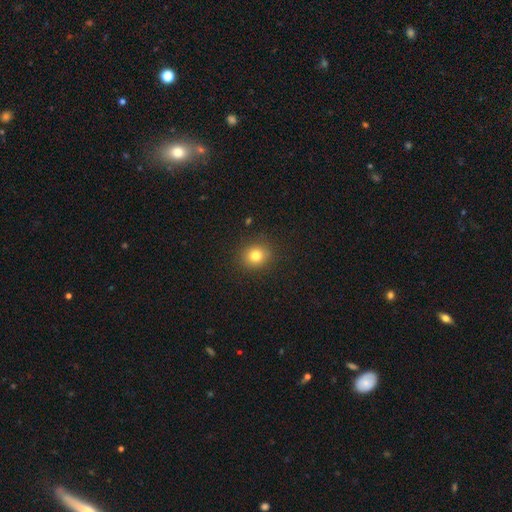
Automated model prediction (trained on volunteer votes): Overall: smooth (80%). How rounded: round (79%). Merging: none (89%).